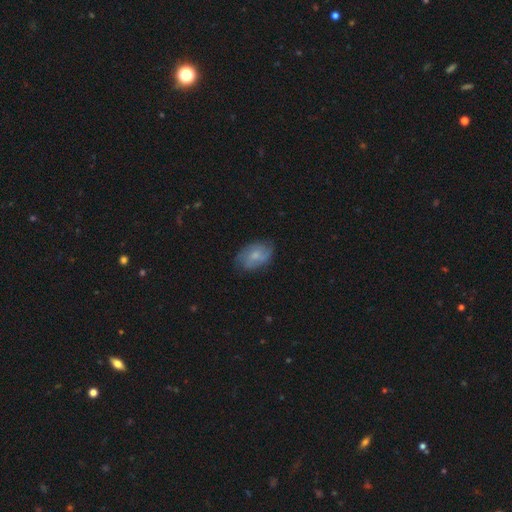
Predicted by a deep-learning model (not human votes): Smooth or featured: smooth — 49% (featured or disk — 43%)
Merging: none — 68% (minor disturbance — 23%)